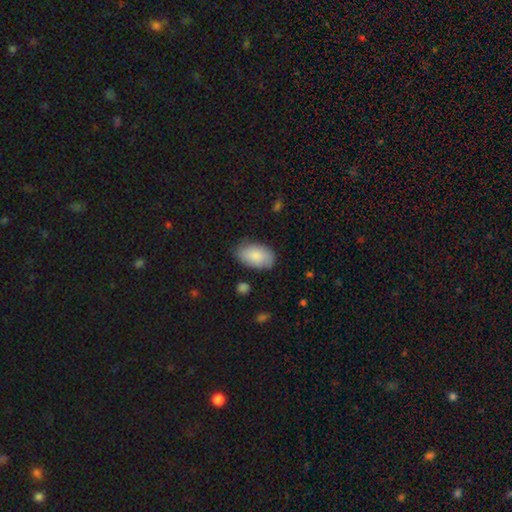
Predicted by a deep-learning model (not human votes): Smooth or featured?
  - smooth: 85% *
  - featured or disk: 9%
  - star or artifact: 6%
How rounded?
  - in between: 94% *
  - round: 5%
  - cigar-shaped: 1%
Merging?
  - none: 78% *
  - minor disturbance: 16%
  - major disturbance: 4%
  - merger: 2%